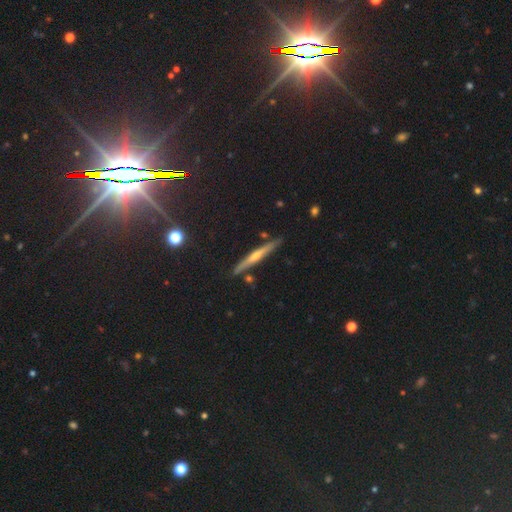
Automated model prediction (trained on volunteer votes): Overall: featured or disk (64%; smooth 26%). Edge-on disk: yes (97%). Edge-on bulge: rounded (68%). Merging: none (88%).